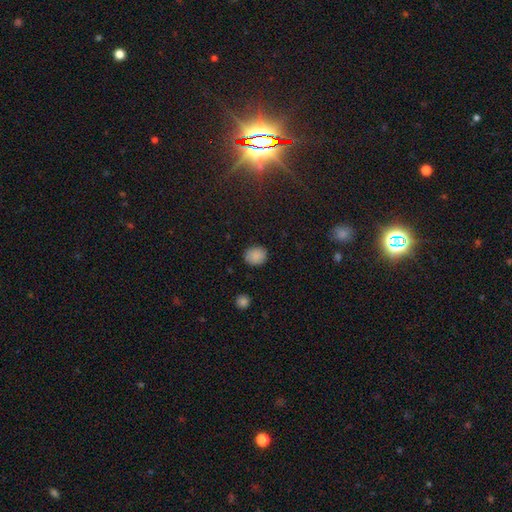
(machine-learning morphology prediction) This appears to be a smooth galaxy with no disk features (87%) that is round (69%). Merging: none (86%).